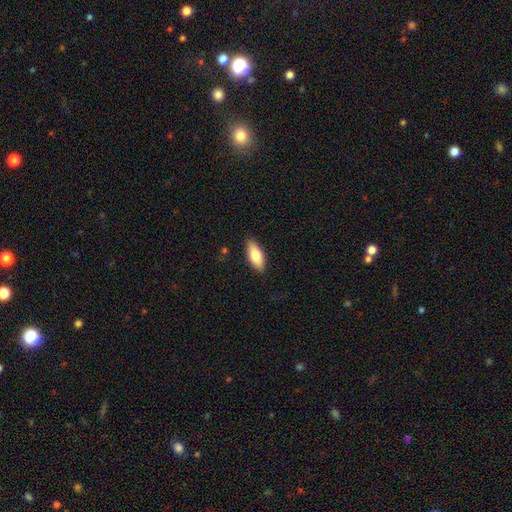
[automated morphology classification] smooth 77%, featured or disk 18%, star or artifact 6%. Down the decision tree: how rounded — in between (77%); merging — none (88%).